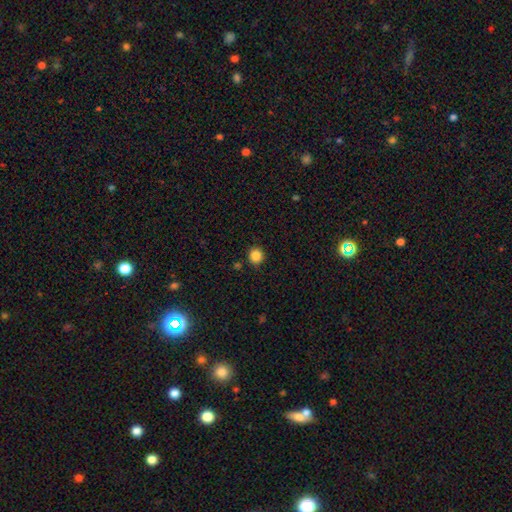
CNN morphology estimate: Smooth or featured: smooth — 86% (star or artifact — 11%)
How rounded: round — 88% (in between — 11%)
Merging: none — 89% (minor disturbance — 7%)